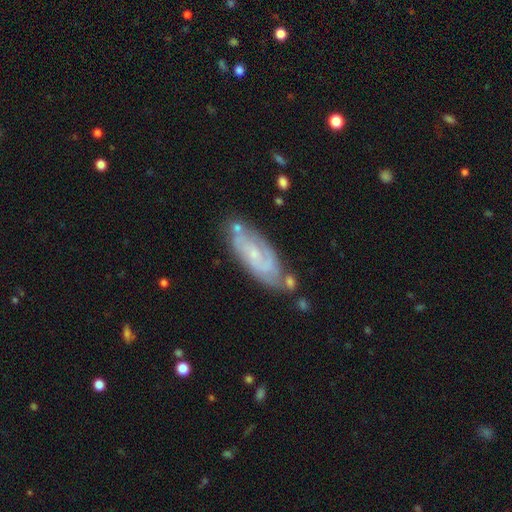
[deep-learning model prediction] Smooth or featured? Predicted: featured or disk (p=0.75). Edge-on disk? Predicted: no (p=0.90). Bar? Predicted: no (p=0.56). Spiral arms? Predicted: yes (p=0.91). Spiral winding? Predicted: tight (p=0.51). Spiral arm count? Predicted: 2 (p=0.54). Bulge size? Predicted: small (p=0.73). Merging? Predicted: none (p=0.65).